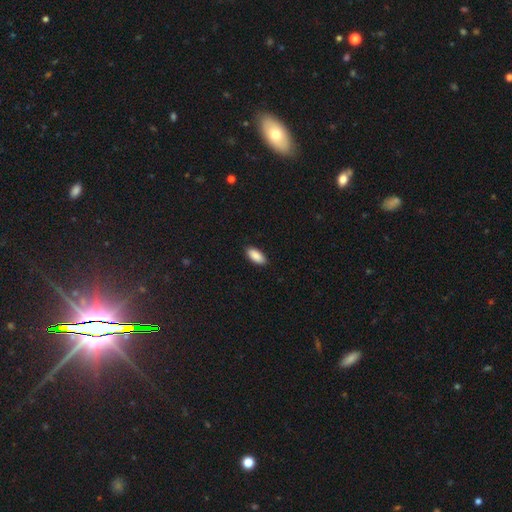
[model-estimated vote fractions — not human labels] This is clearly a smooth galaxy (90%). How rounded: clearly in between (89%). Merging: clearly none (89%).